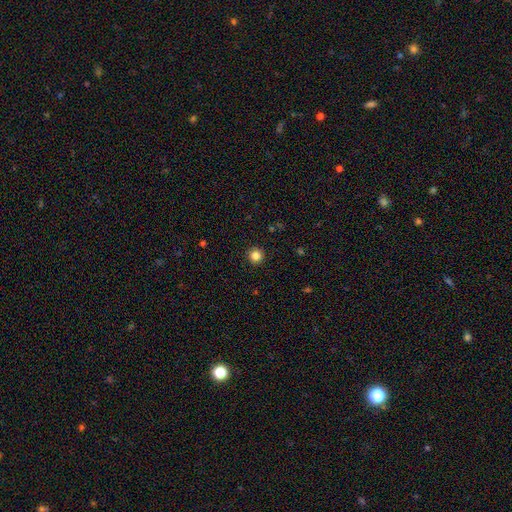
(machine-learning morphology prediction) smooth 84%, star or artifact 11%, featured or disk 4%. Down the decision tree: how rounded — round (96%); merging — none (93%).